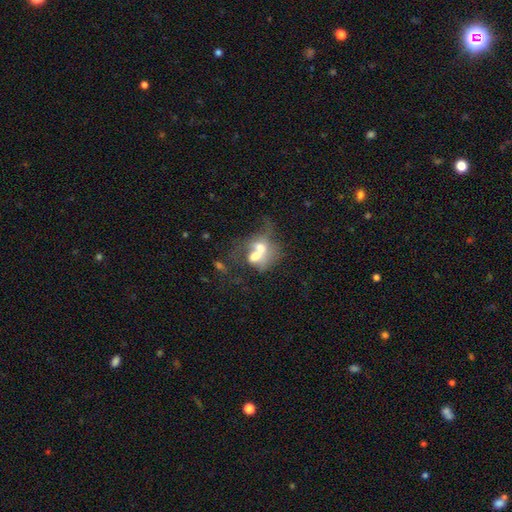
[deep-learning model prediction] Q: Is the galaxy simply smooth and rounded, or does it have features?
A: smooth — 51%.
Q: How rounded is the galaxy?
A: in between — 52%.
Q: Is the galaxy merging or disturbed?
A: merger — 70%.